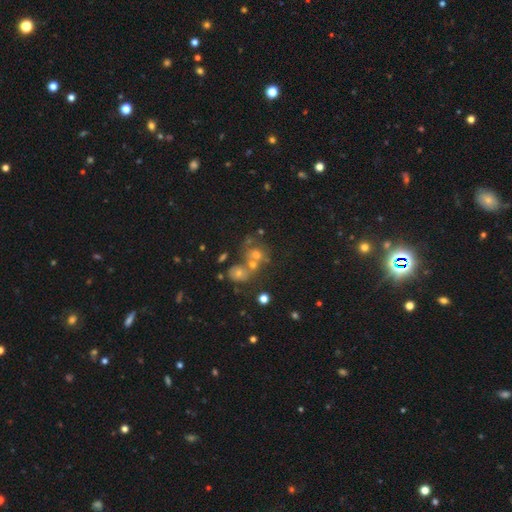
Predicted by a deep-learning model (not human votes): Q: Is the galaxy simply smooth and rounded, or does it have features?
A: smooth — 43%.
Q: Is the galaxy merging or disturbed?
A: merger — 45%.